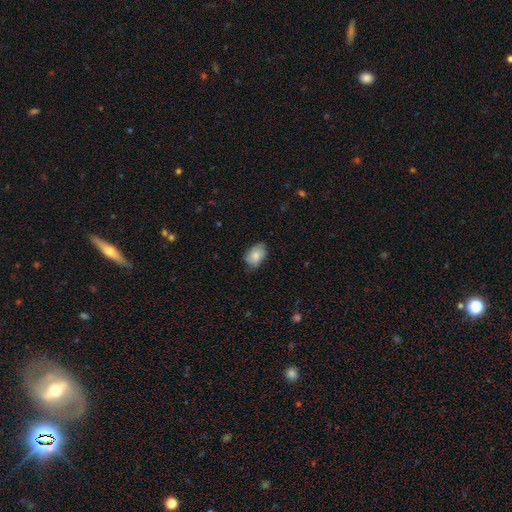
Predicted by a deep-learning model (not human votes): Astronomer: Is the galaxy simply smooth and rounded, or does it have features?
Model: smooth — 77%.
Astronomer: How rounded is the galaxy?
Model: in between — 85%.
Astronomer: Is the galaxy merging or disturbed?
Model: none — 69%.